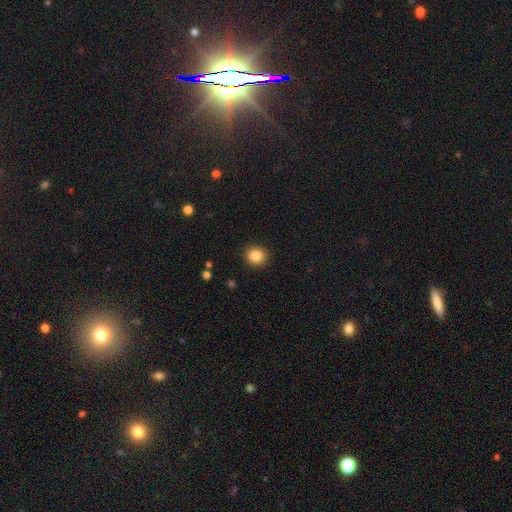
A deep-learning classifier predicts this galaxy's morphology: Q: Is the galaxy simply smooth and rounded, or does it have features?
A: smooth — 85%.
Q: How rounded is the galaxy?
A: round — 86%.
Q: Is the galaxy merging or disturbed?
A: none — 91%.